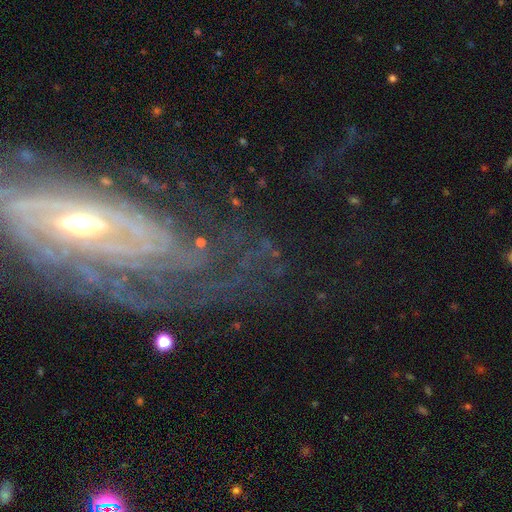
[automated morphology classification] smooth_or_featured: featured or disk (p=0.76) [alt: star or artifact p=0.15]
disk_edge_on: no (p=0.89) [alt: yes p=0.11]
bar: no (p=0.49) [alt: weak p=0.29]
has_spiral_arms: yes (p=0.85) [alt: no p=0.15]
spiral_winding: tight (p=0.64) [alt: medium p=0.26]
spiral_arm_count: can't tell (p=0.41) [alt: 2 p=0.15]
bulge_size: small (p=0.47) [alt: moderate p=0.36]
merging: none (p=0.61) [alt: major disturbance p=0.20]